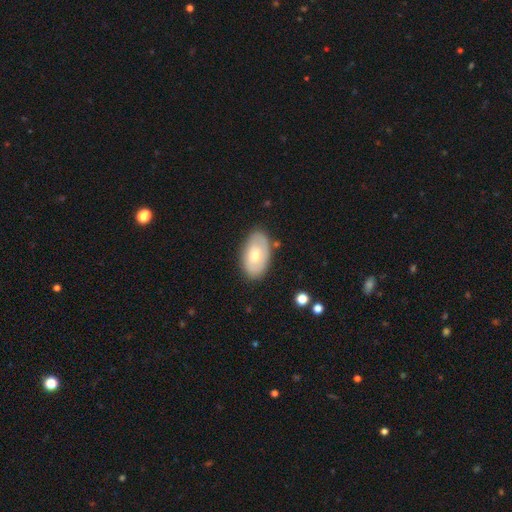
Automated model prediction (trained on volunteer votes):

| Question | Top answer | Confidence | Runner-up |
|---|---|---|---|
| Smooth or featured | smooth | 54% | featured or disk (39%) |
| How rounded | in between | 93% | round (6%) |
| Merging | none | 79% | minor disturbance (16%) |